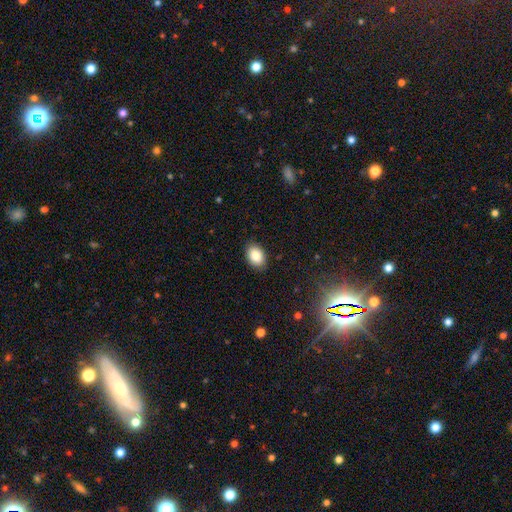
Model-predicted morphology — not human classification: This appears to be a smooth galaxy with no disk features (87%) that is in between round and cigar-shaped (83%). Merging: none (88%).